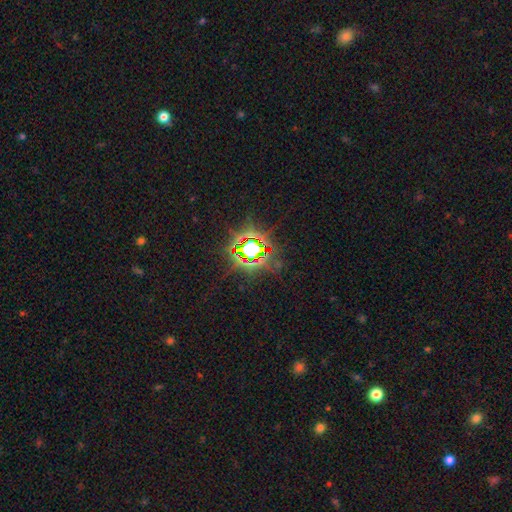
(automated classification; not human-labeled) Smooth or featured? Predicted: star or artifact (p=0.77).